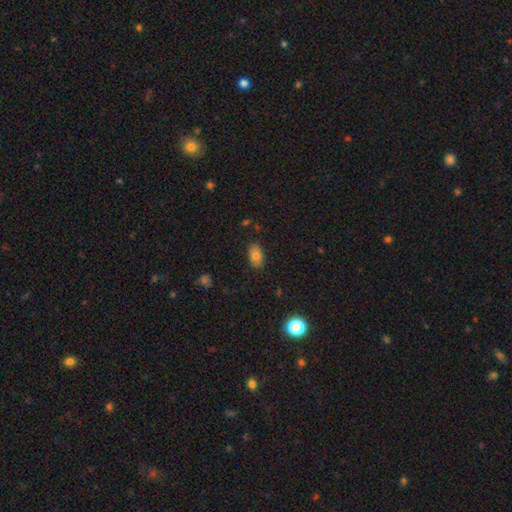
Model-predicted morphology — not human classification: This appears to be a smooth galaxy with no disk features (77%) that is in between round and cigar-shaped (89%). Merging: none (85%).